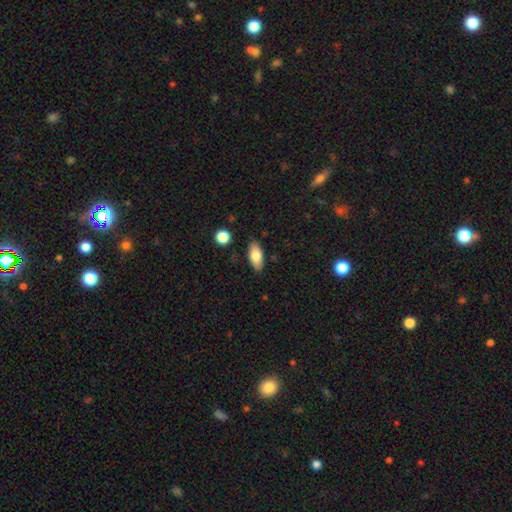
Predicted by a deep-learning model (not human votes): Morphology: type=smooth (80%); roundness=in between (89%); merging=none (85%).